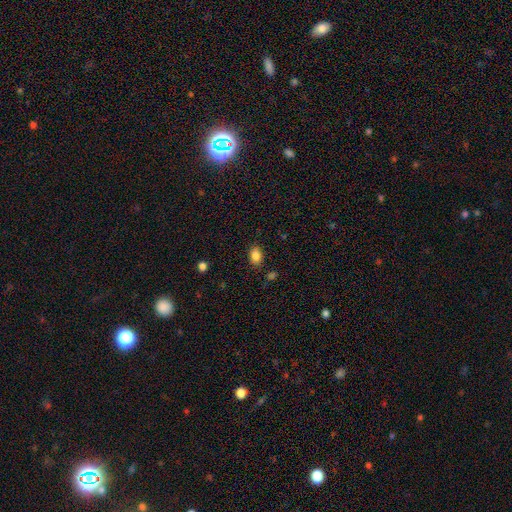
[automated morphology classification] smooth-or-featured: smooth: 85% | star or artifact: 9% | featured or disk: 5%
  how-rounded: in between: 85% | round: 13% | cigar-shaped: 2%
  merging: none: 84% | minor disturbance: 11% | major disturbance: 3% | merger: 2%